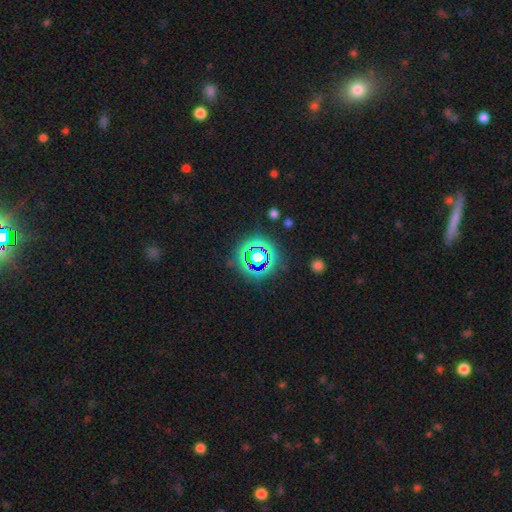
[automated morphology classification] smooth_or_featured: star or artifact (p=0.71) [alt: smooth p=0.18]